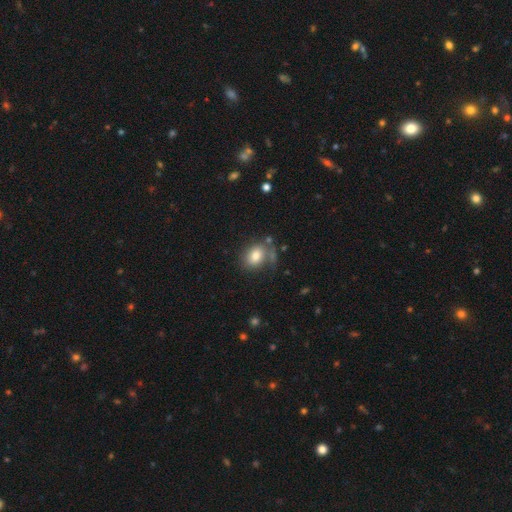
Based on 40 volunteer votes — Smooth or featured?
  - smooth: 82% *
  - star or artifact: 10%
  - featured or disk: 8%
How rounded?
  - in between: 67% *
  - round: 33%
  - cigar-shaped: 0%
Merging?
  - none: 64% *
  - minor disturbance: 14%
  - major disturbance: 11%
  - merger: 11%